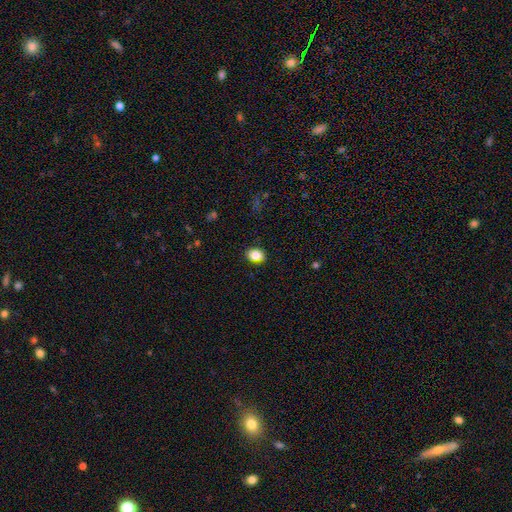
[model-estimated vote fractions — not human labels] smooth-or-featured: smooth: 83% | star or artifact: 10% | featured or disk: 6%
  how-rounded: in between: 61% | round: 38% | cigar-shaped: 1%
  merging: none: 85% | minor disturbance: 11% | major disturbance: 2% | merger: 1%